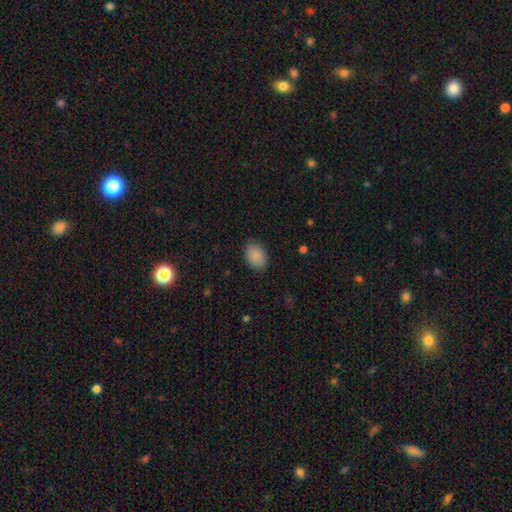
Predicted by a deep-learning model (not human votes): Smooth or featured? smooth (89%)
How rounded? in between (82%)
Merging? none (87%)